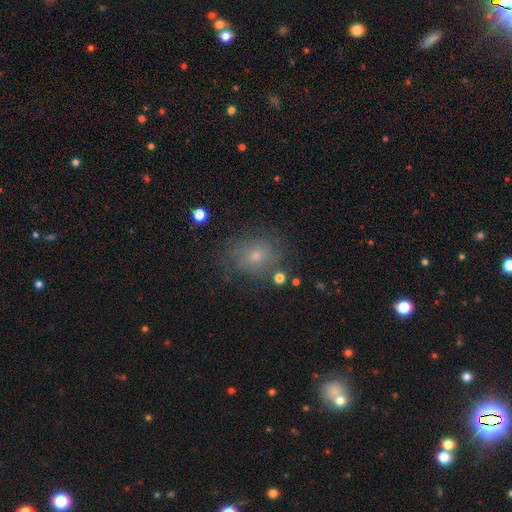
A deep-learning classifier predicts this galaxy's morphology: Smooth or featured? smooth (49%)
Merging? none (71%)